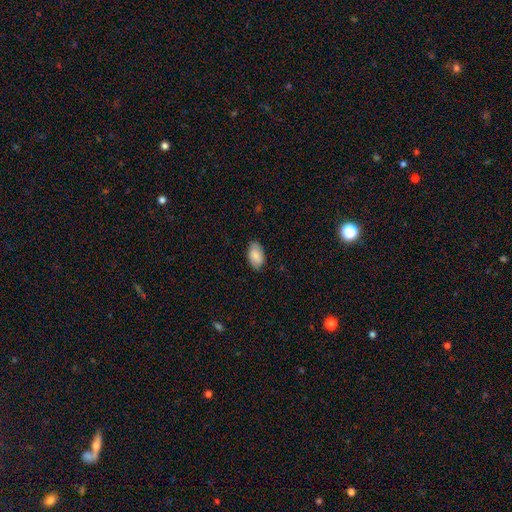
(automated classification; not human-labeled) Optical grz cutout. It shows a smooth galaxy with no disk features (84%) that is in between round and cigar-shaped (94%). Merging: none (84%).